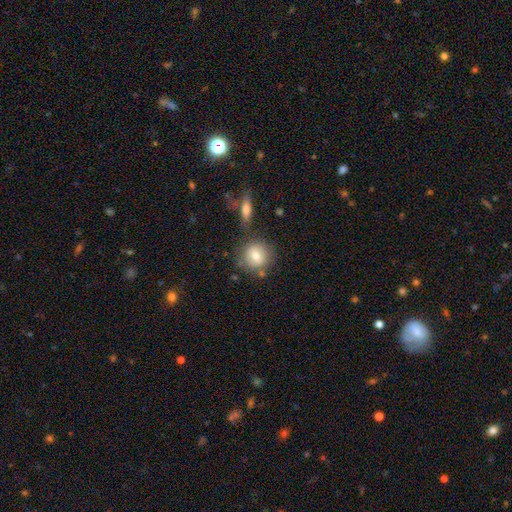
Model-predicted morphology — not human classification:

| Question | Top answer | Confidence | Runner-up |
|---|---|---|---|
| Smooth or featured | smooth | 76% | featured or disk (15%) |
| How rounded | round | 84% | in between (15%) |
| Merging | none | 70% | minor disturbance (13%) |